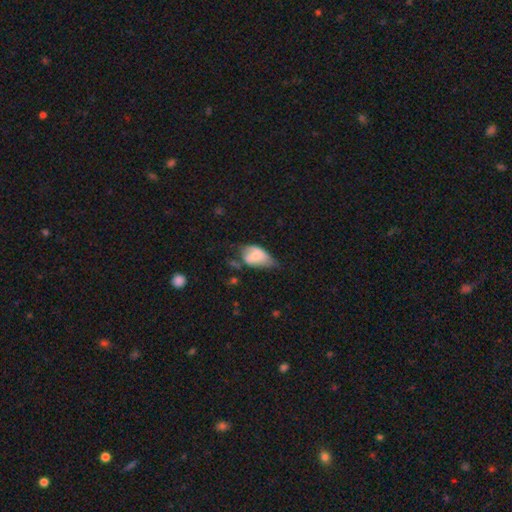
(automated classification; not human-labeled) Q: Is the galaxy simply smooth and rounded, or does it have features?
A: smooth — 66%.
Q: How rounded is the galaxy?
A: in between — 88%.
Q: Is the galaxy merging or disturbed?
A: minor disturbance — 41%.